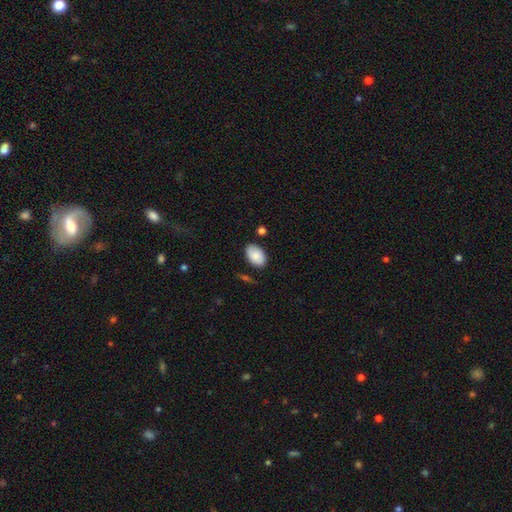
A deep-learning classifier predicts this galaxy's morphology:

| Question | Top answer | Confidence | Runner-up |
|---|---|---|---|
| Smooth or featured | smooth | 85% | featured or disk (9%) |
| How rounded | in between | 91% | round (8%) |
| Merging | none | 78% | minor disturbance (16%) |